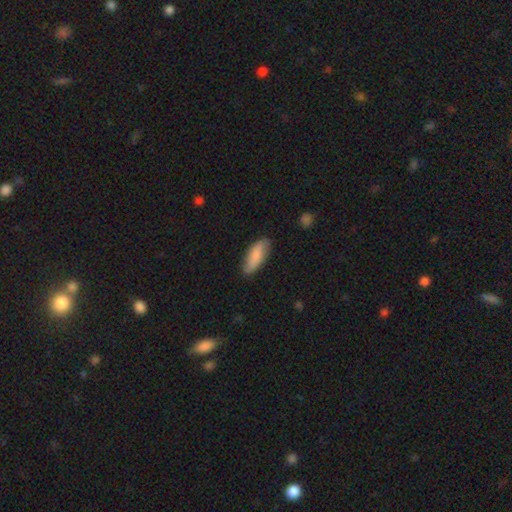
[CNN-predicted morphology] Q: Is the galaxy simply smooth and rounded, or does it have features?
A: smooth — 79%.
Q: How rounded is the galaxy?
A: in between — 64%.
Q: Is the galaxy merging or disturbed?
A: none — 77%.